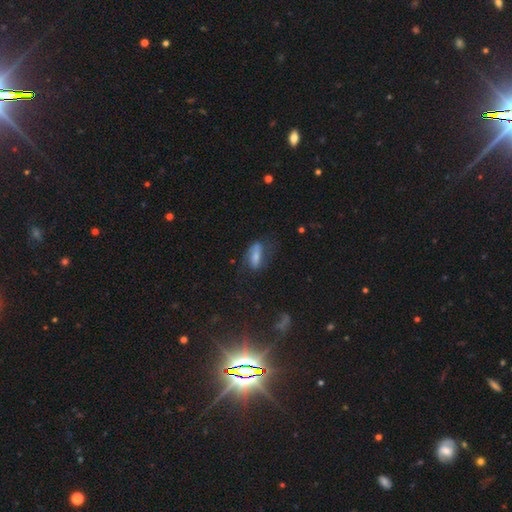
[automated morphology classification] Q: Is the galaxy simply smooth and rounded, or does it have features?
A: smooth — 57%.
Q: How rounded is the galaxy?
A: in between — 69%.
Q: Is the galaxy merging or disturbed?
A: none — 51%.